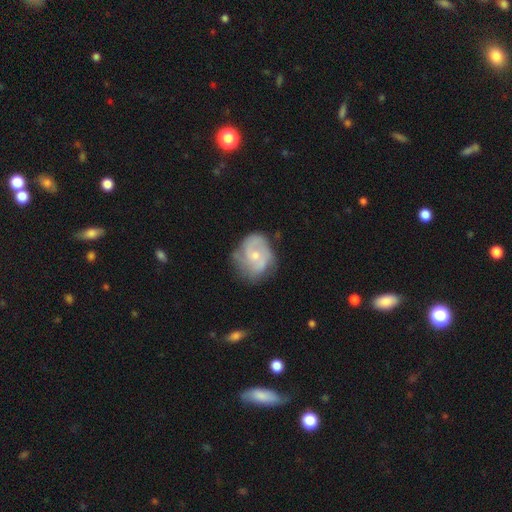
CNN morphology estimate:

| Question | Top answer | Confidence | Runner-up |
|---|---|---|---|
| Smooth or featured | featured or disk | 76% | smooth (18%) |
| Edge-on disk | no | 98% | yes (2%) |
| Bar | no | 65% | weak (31%) |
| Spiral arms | yes | 91% | no (9%) |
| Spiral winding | medium | 46% | tight (36%) |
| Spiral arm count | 2 | 55% | can't tell (18%) |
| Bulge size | small | 51% | moderate (44%) |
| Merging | none | 61% | minor disturbance (26%) |